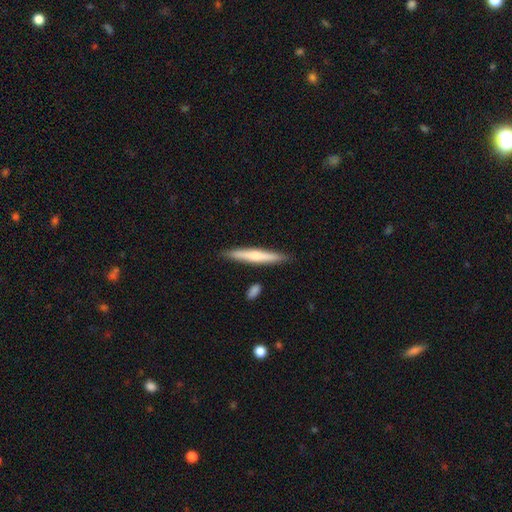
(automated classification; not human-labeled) This is possibly a smooth galaxy (57%). How rounded: clearly cigar-shaped (94%). Merging: clearly none (87%).